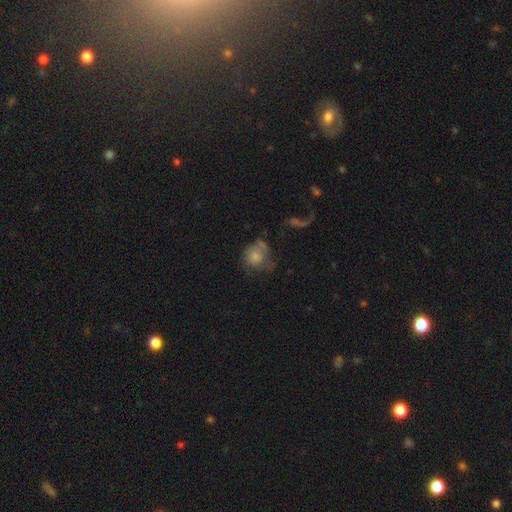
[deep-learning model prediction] Smooth or featured? smooth (65%)
How rounded? round (75%)
Merging? none (41%)